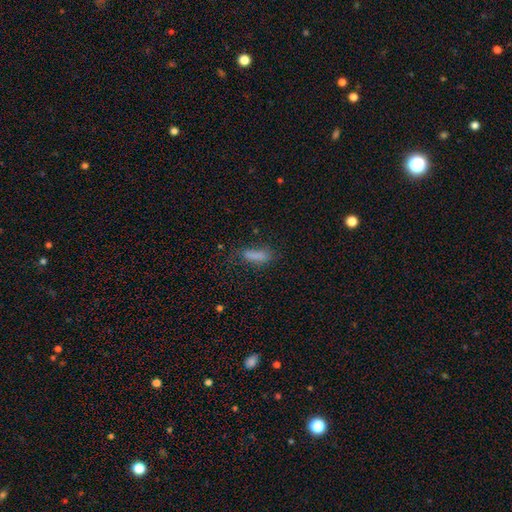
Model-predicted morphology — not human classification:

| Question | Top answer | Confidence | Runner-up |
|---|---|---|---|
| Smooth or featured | smooth | 76% | star or artifact (12%) |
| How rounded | cigar-shaped | 53% | in between (44%) |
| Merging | none | 59% | minor disturbance (23%) |